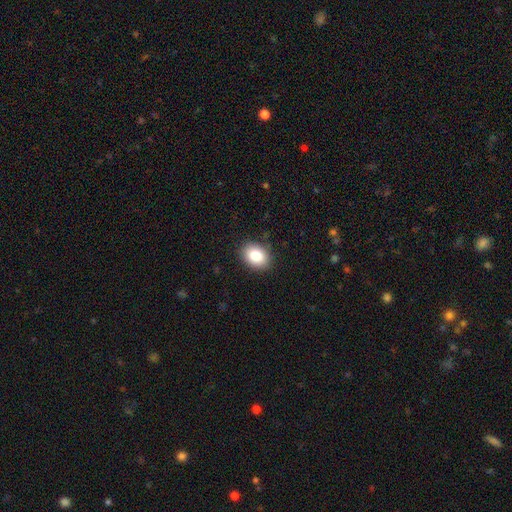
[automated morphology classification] smooth-or-featured: smooth: 84% | star or artifact: 8% | featured or disk: 8%
  how-rounded: in between: 69% | round: 30% | cigar-shaped: 1%
  merging: none: 88% | minor disturbance: 9% | major disturbance: 2% | merger: 1%